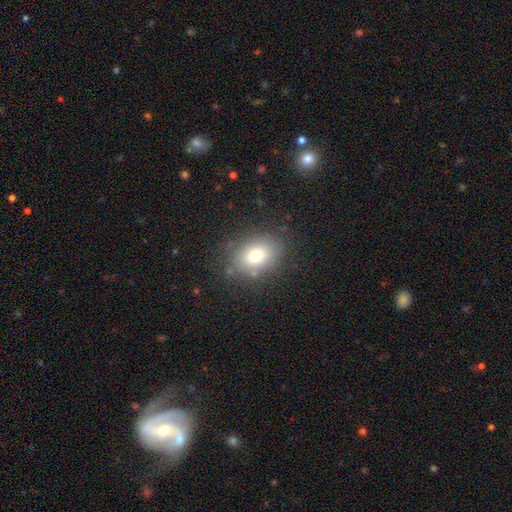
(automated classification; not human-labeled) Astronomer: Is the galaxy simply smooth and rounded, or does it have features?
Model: smooth — 72%.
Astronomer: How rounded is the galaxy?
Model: in between — 54% (runner-up: round, 45%).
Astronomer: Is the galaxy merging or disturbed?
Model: none — 81%.